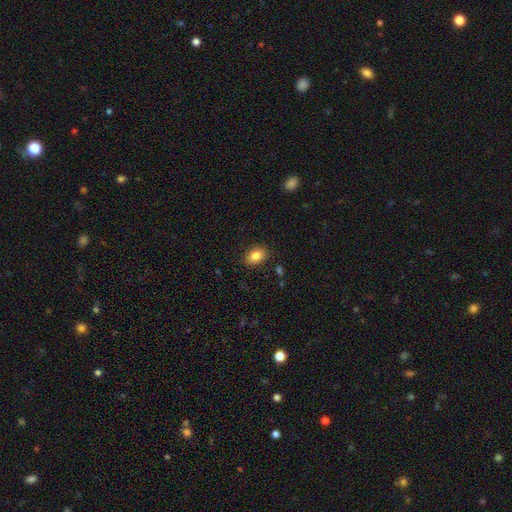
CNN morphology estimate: Q: Smooth or featured?
A: smooth (84%); runner-up: star or artifact (9%)
Q: How rounded?
A: in between (81%); runner-up: round (18%)
Q: Merging?
A: none (86%); runner-up: minor disturbance (10%)